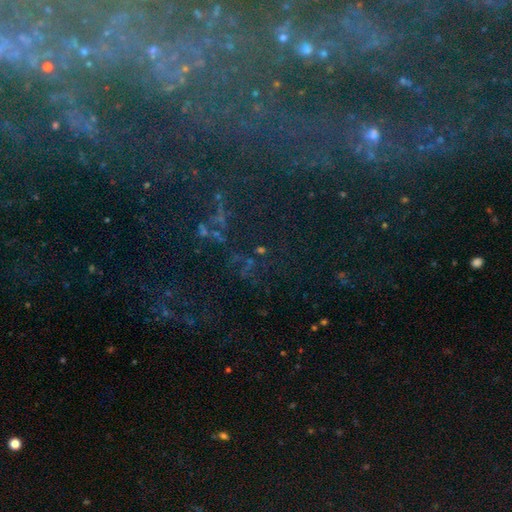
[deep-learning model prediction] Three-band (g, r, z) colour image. It shows a featured or disk galaxy (47%). Merging: none (67%).